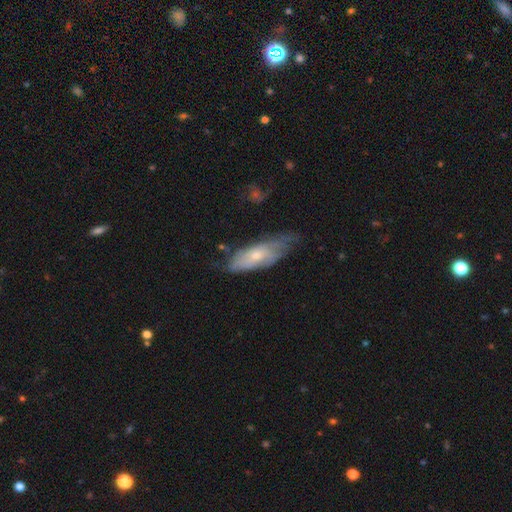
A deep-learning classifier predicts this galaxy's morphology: featured or disk 48%, smooth 45%, star or artifact 7%. Down the decision tree: merging — none (42%).